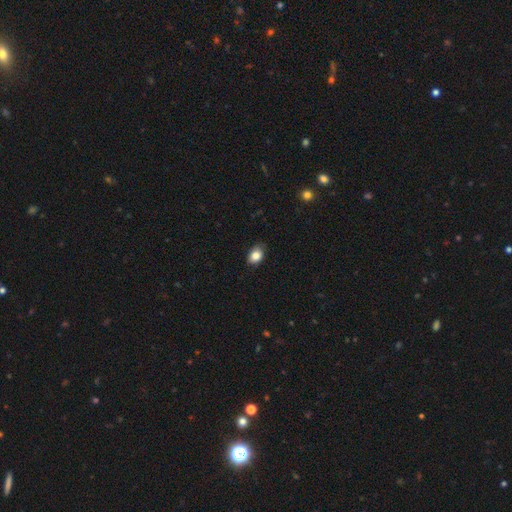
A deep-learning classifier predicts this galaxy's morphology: smooth-or-featured: smooth: 84% | star or artifact: 9% | featured or disk: 7%
  how-rounded: in between: 72% | round: 26% | cigar-shaped: 1%
  merging: none: 80% | minor disturbance: 16% | major disturbance: 2% | merger: 1%